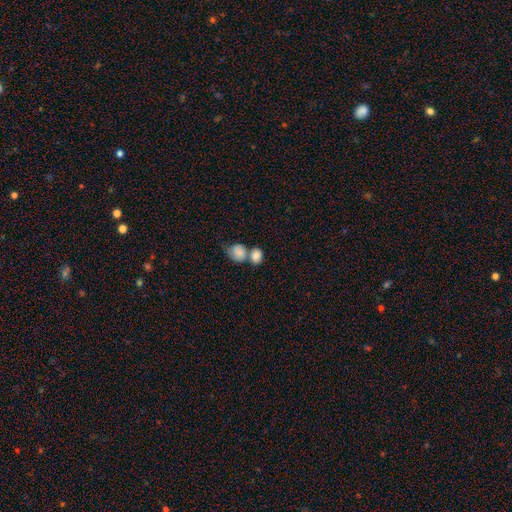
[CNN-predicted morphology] A smooth galaxy with no disk features (84%) that is round (56%).

Vote fractions:
- Smooth or featured? smooth: 84% / featured or disk: 9% / star or artifact: 7%
- How rounded? round: 56% / in between: 43% / cigar-shaped: 1%
- Merging? merger: 59% / none: 28% / minor disturbance: 9% / major disturbance: 4%